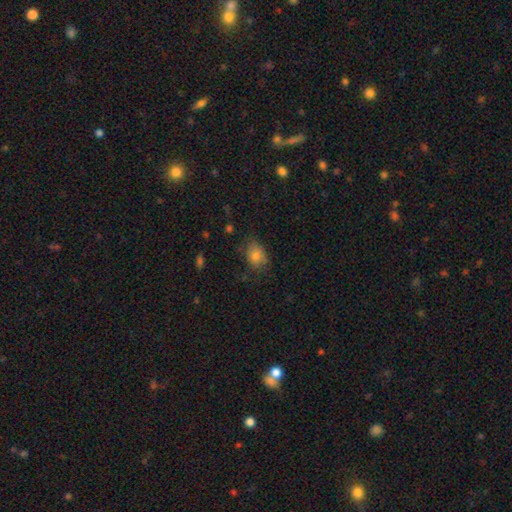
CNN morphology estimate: smooth 79%, star or artifact 11%, featured or disk 10%. Down the decision tree: how rounded — in between (64%); merging — none (70%).